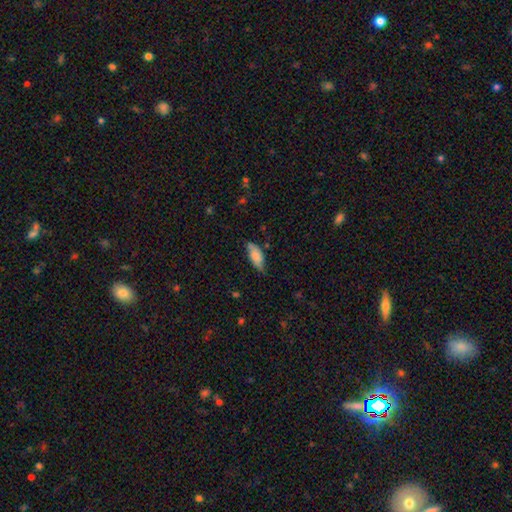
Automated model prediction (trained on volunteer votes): Smooth or featured? smooth (71%)
How rounded? in between (80%)
Merging? none (61%)